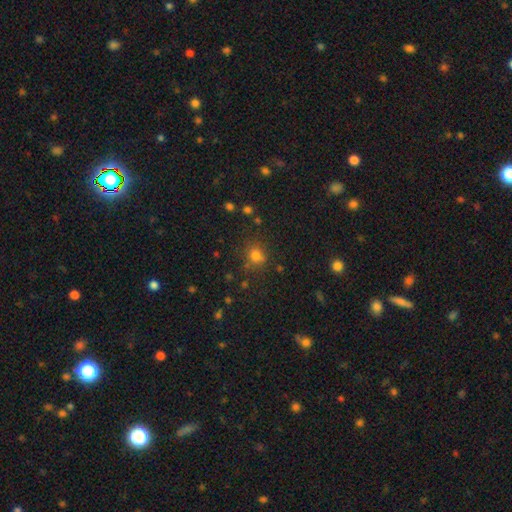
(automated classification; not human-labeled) smooth_or_featured: smooth (p=0.74) [alt: star or artifact p=0.19]
how_rounded: round (p=0.77) [alt: in between p=0.22]
merging: none (p=0.72) [alt: minor disturbance p=0.15]